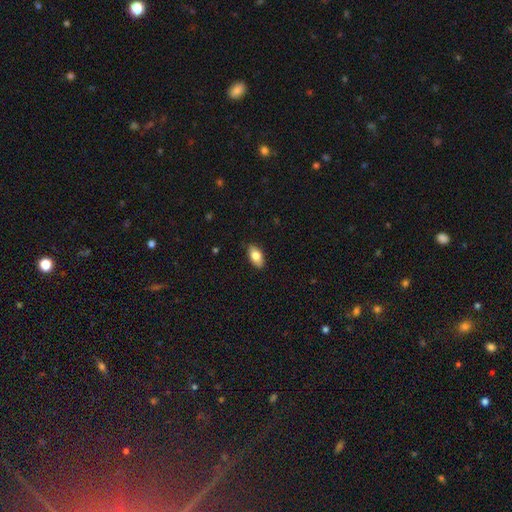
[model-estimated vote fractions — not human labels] Morphology: type=smooth (79%); roundness=in between (91%); merging=none (87%).